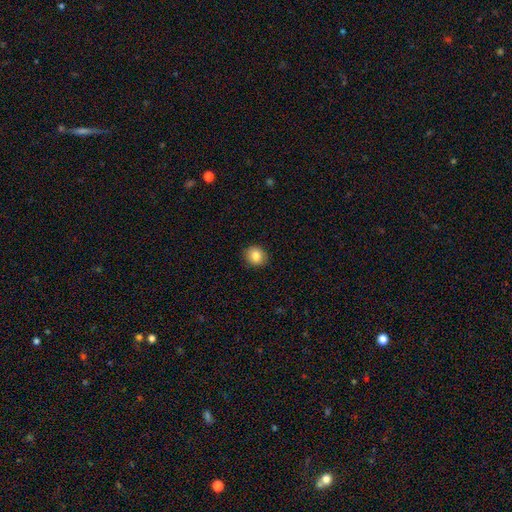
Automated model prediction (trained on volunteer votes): This is clearly a smooth galaxy (84%). How rounded: clearly round (84%). Merging: clearly none (90%).